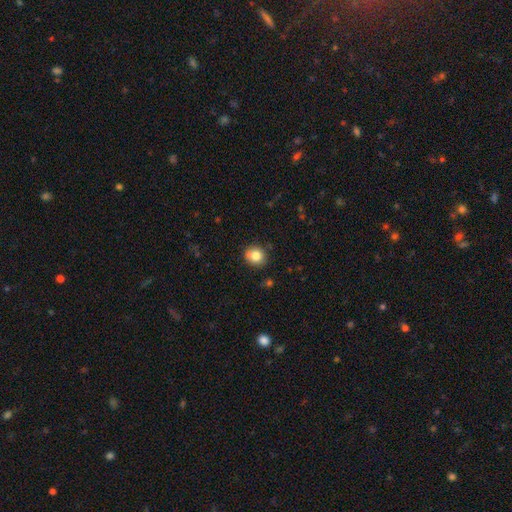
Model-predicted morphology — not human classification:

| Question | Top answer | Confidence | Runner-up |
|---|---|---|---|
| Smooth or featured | smooth | 82% | star or artifact (10%) |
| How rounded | round | 81% | in between (18%) |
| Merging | none | 85% | minor disturbance (11%) |